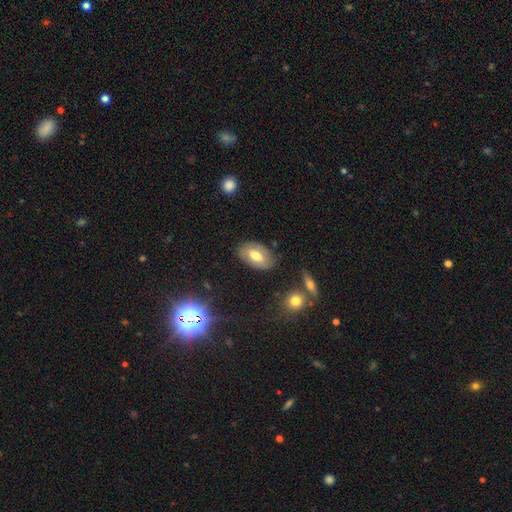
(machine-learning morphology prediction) smooth 63%, featured or disk 29%, star or artifact 7%. Down the decision tree: how rounded — in between (92%); merging — none (80%).